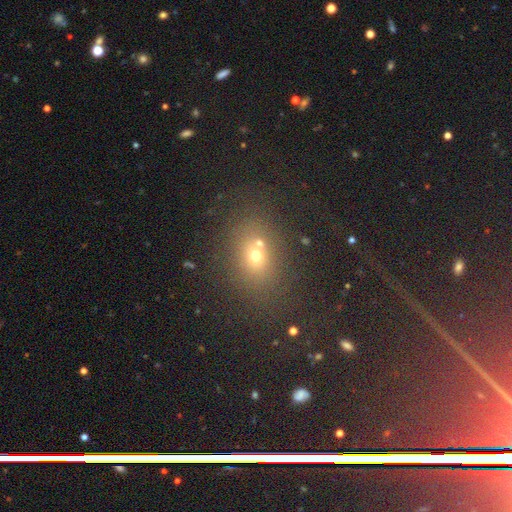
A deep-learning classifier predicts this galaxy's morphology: smooth-or-featured: smooth: 61% | star or artifact: 24% | featured or disk: 15%
  how-rounded: in between: 51% | round: 47% | cigar-shaped: 2%
  merging: none: 64% | merger: 19% | minor disturbance: 11% | major disturbance: 6%